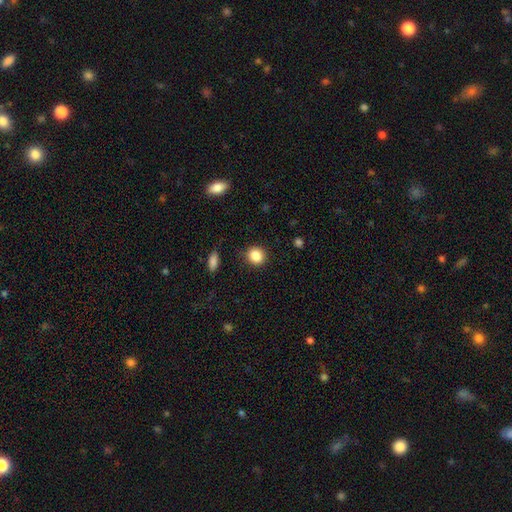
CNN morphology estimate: The model was most divided on "how rounded": round: 81%, in between: 18%, cigar-shaped: 1%. More confident: merging — none (88%); smooth or featured — smooth (86%).